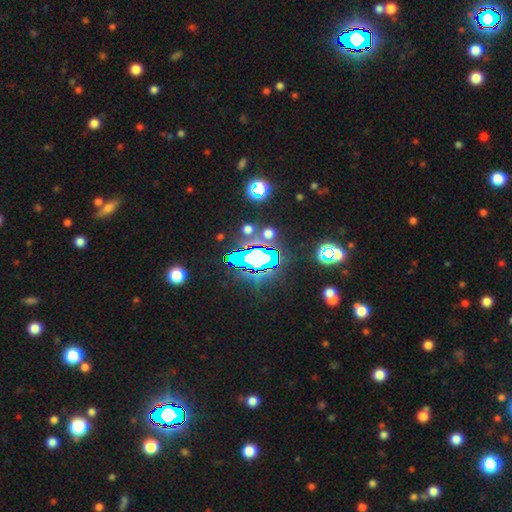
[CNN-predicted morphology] smooth-or-featured: star or artifact: 76% | smooth: 13% | featured or disk: 11%